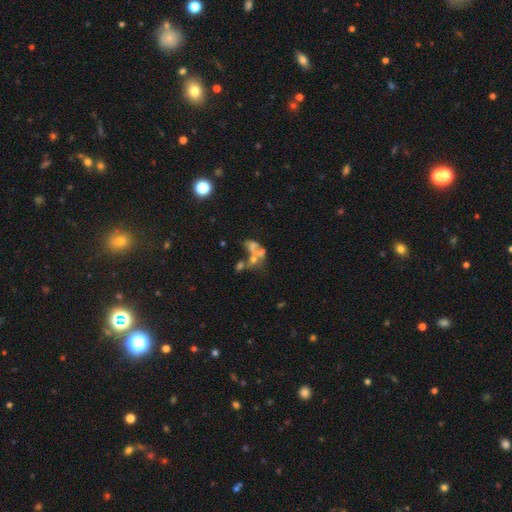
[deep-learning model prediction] Overall: featured or disk (47%; smooth 33%). Merging: merger (45%; major disturbance 26%).